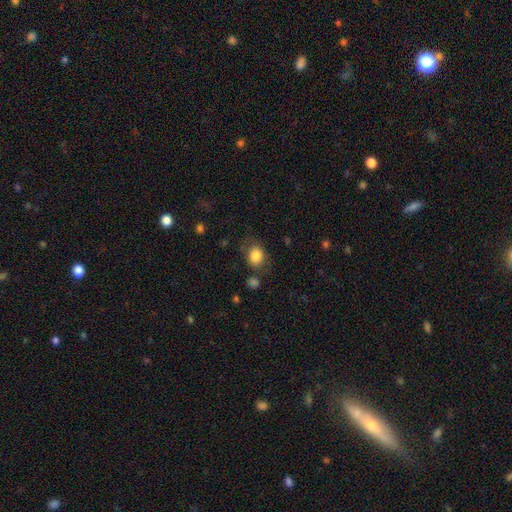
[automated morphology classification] smooth_or_featured: smooth (p=0.82) [alt: featured or disk p=0.09]
how_rounded: round (p=0.52) [alt: in between p=0.47]
merging: none (p=0.67) [alt: minor disturbance p=0.19]